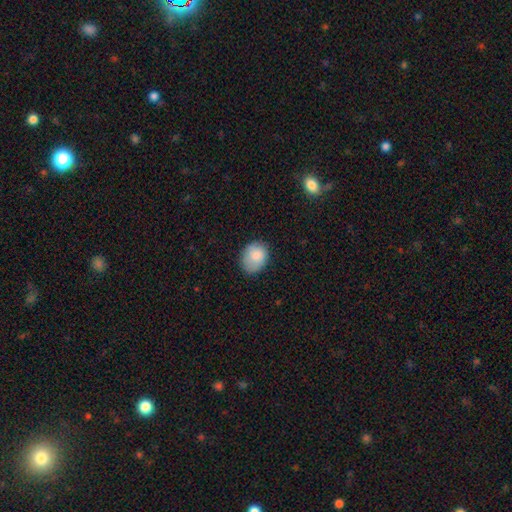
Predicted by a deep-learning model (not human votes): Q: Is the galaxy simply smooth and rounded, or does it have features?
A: smooth — 85%.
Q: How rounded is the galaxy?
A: in between — 57%.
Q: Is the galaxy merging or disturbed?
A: none — 72%.